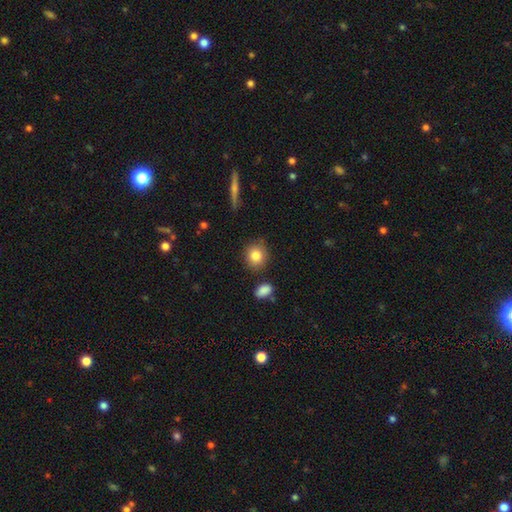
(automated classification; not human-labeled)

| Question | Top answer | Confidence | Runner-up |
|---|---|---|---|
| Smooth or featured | smooth | 84% | star or artifact (8%) |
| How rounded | round | 80% | in between (19%) |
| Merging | none | 84% | minor disturbance (10%) |